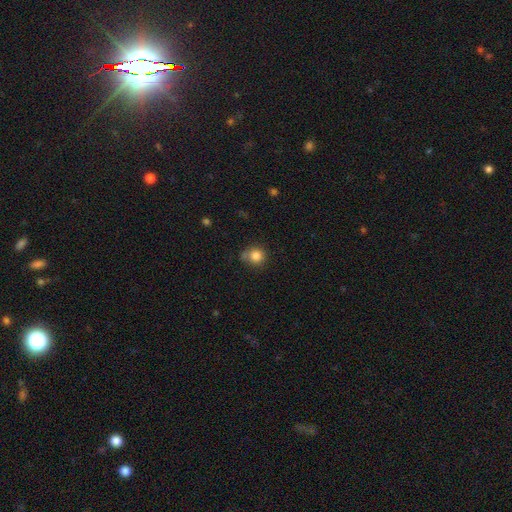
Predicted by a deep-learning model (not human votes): A smooth galaxy with no disk features (83%) that is round (87%).

Vote fractions:
- Smooth or featured? smooth: 83% / star or artifact: 11% / featured or disk: 6%
- How rounded? round: 87% / in between: 12% / cigar-shaped: 1%
- Merging? none: 64% / minor disturbance: 23% / merger: 7% / major disturbance: 6%